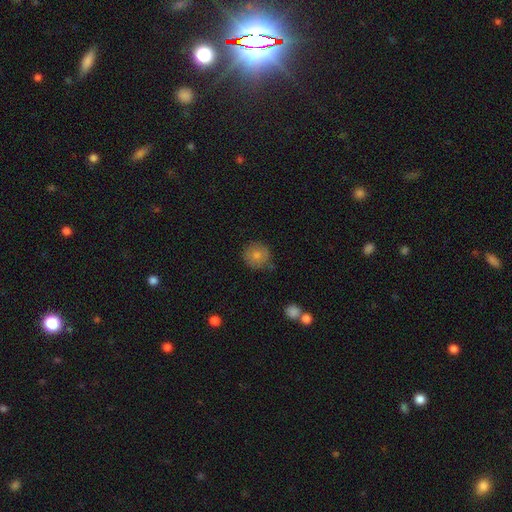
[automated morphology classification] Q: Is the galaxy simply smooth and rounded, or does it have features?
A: smooth — 75%.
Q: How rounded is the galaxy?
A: round — 92%.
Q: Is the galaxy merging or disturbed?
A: none — 80%.